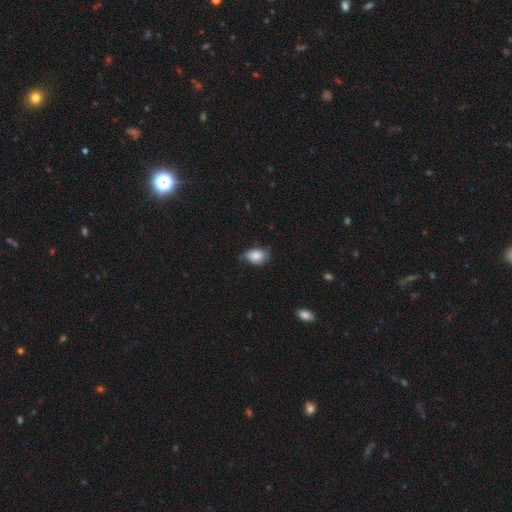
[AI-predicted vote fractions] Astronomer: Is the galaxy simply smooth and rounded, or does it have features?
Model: smooth — 81%.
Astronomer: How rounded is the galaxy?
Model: in between — 83%.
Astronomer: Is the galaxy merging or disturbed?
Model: none — 52% (runner-up: minor disturbance, 37%).